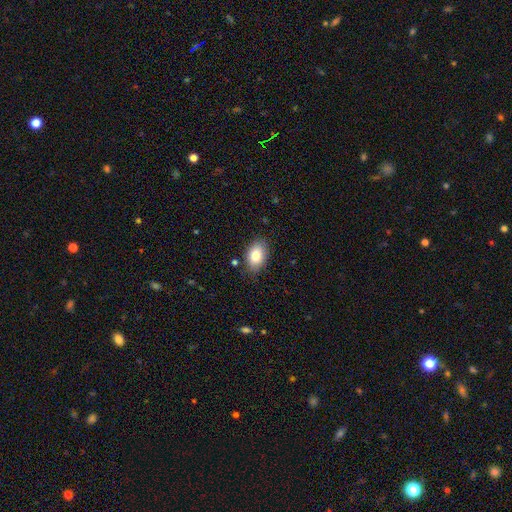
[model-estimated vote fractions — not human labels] Overall: smooth (83%). How rounded: in between (88%). Merging: none (82%).